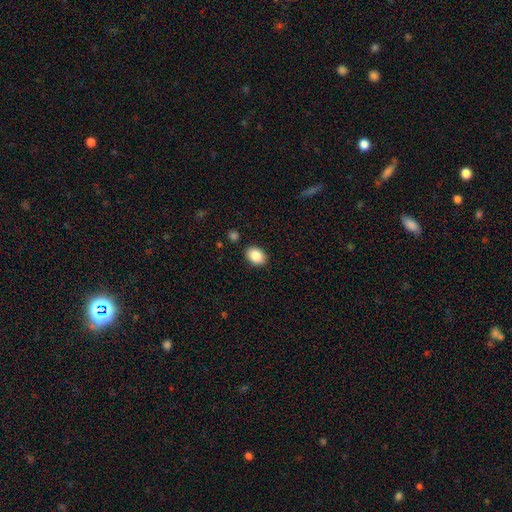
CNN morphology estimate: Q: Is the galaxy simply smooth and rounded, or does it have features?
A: smooth — 87%.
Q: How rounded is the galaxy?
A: in between — 71%.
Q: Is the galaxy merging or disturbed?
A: none — 87%.